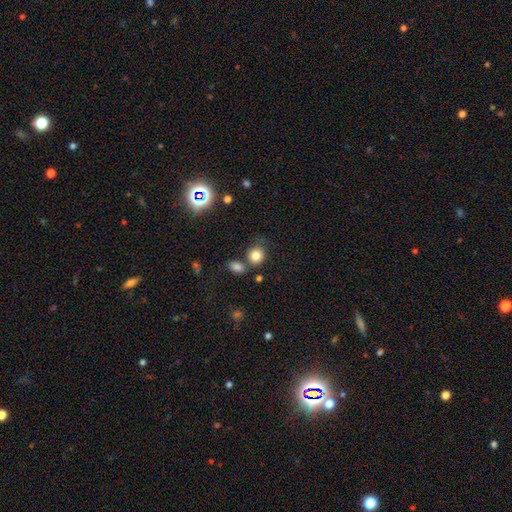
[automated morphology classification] smooth 82%, star or artifact 11%, featured or disk 7%. Down the decision tree: how rounded — round (77%); merging — none (63%).